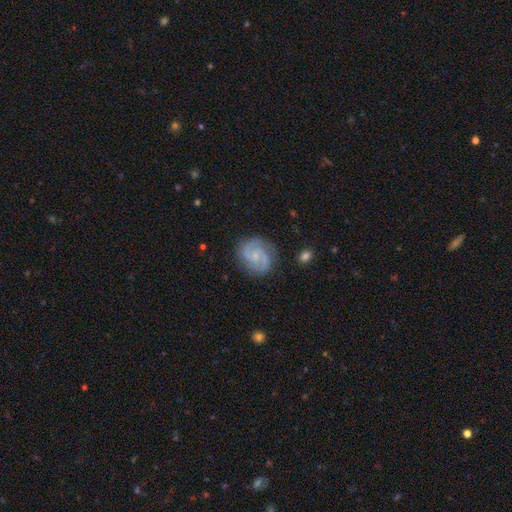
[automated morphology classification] smooth_or_featured: featured or disk (p=0.86) [alt: smooth p=0.08]
disk_edge_on: no (p=0.98) [alt: yes p=0.02]
bar: no (p=0.51) [alt: weak p=0.41]
has_spiral_arms: yes (p=0.97) [alt: no p=0.03]
spiral_winding: medium (p=0.52) [alt: tight p=0.36]
spiral_arm_count: 2 (p=0.86) [alt: 3 p=0.06]
bulge_size: small (p=0.64) [alt: none p=0.19]
merging: none (p=0.82) [alt: minor disturbance p=0.13]